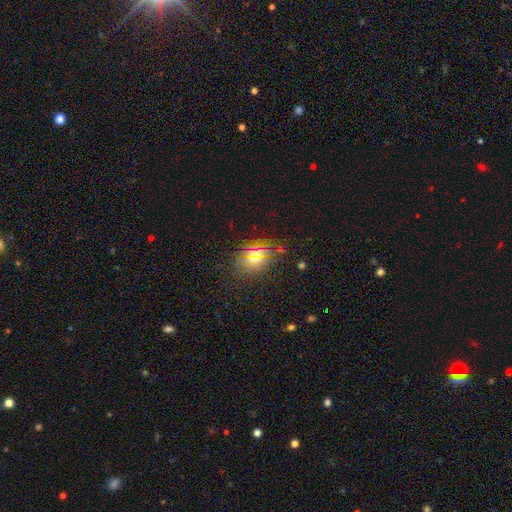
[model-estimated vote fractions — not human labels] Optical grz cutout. It shows a smooth galaxy with no disk features (60%) that is in between round and cigar-shaped (53%). Merging: none (81%).